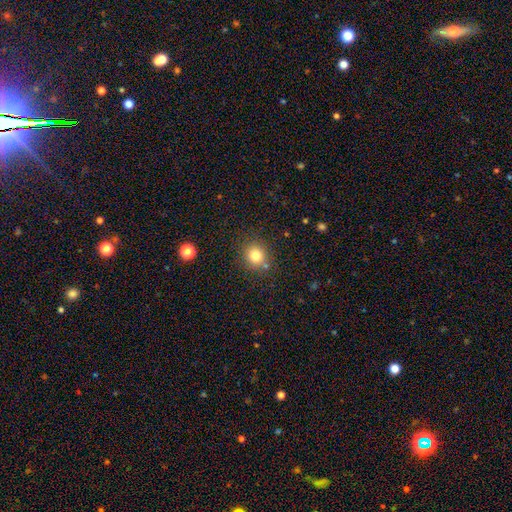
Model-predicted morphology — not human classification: A smooth galaxy with no disk features (80%) that is round (87%). Merging: none (81%).